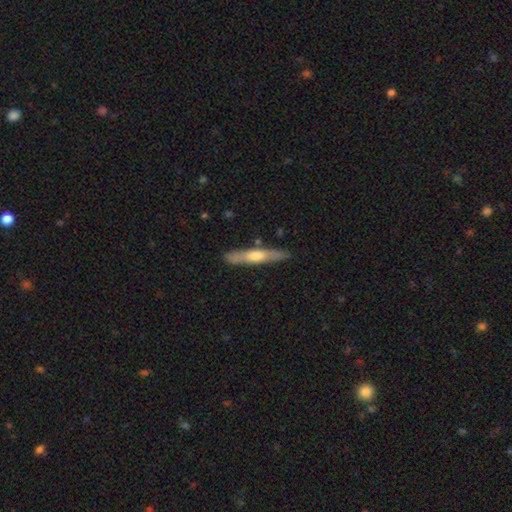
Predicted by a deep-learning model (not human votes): This is possibly a featured or disk galaxy (51%). It is clearly viewed edge-on (91%). Merging: clearly none (86%).